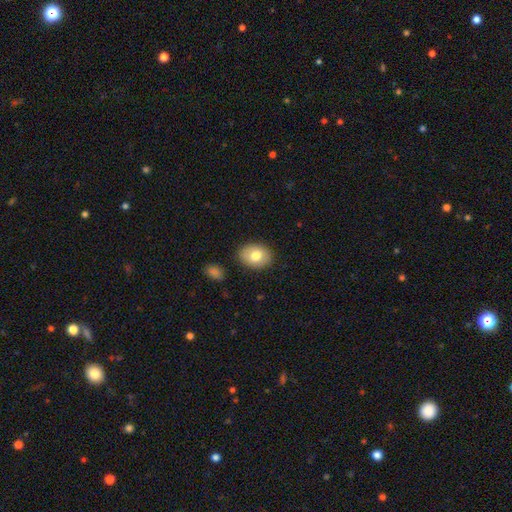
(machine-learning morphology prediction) A smooth galaxy with no disk features (77%) that is in between round and cigar-shaped (70%). Merging: none (86%).